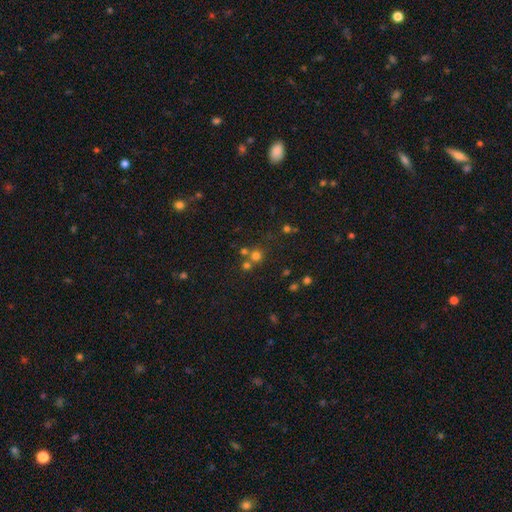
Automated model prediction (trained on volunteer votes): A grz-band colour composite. It shows a smooth galaxy with no disk features (66%) that is round (90%). Merging: none (59%).